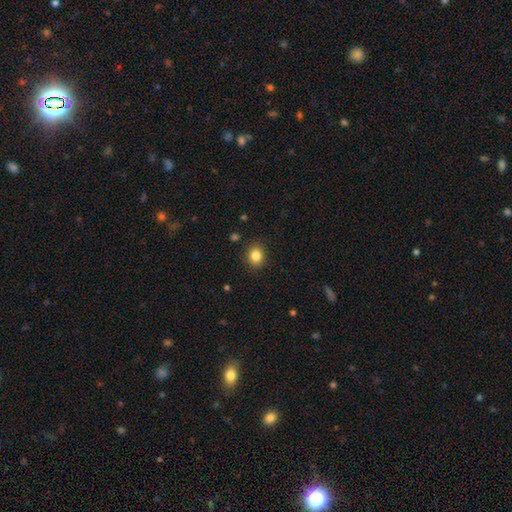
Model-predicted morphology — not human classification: smooth_or_featured: smooth (p=0.84) [alt: star or artifact p=0.10]
how_rounded: round (p=0.65) [alt: in between p=0.35]
merging: none (p=0.89) [alt: minor disturbance p=0.08]